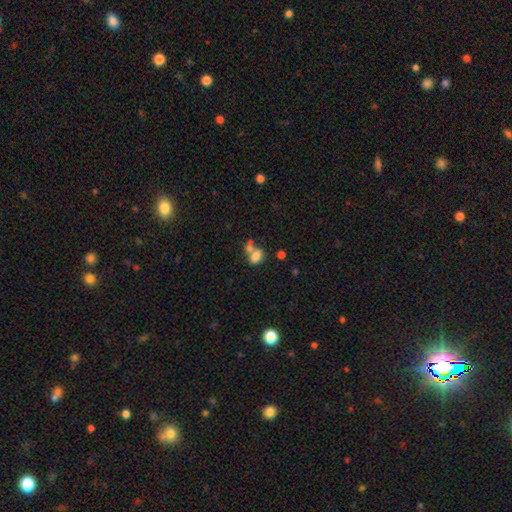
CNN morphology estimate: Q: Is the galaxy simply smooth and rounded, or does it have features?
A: smooth — 78%.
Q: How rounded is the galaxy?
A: in between — 79%.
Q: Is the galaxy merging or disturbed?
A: merger — 52%.